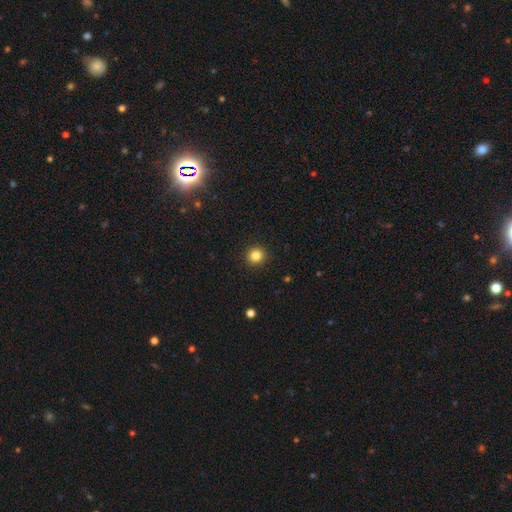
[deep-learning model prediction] A smooth galaxy with no disk features (85%) that is round (93%).

Vote fractions:
- Smooth or featured? smooth: 85% / star or artifact: 11% / featured or disk: 4%
- How rounded? round: 93% / in between: 6% / cigar-shaped: 1%
- Merging? none: 92% / minor disturbance: 5% / major disturbance: 2% / merger: 1%